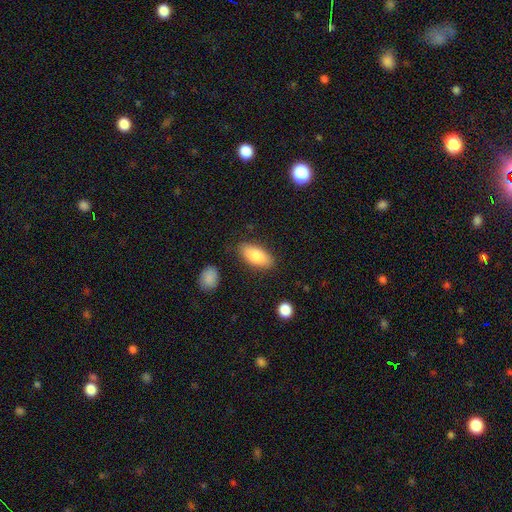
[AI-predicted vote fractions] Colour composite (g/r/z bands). It shows a smooth galaxy with no disk features (82%) that is in between round and cigar-shaped (88%). Merging: none (83%).